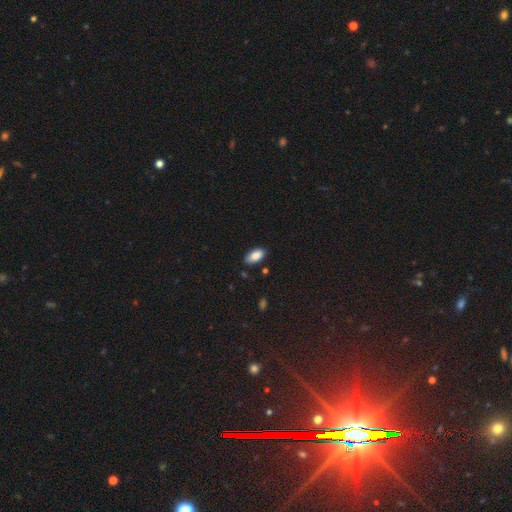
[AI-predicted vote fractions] Smooth or featured? smooth (87%)
How rounded? in between (94%)
Merging? none (83%)